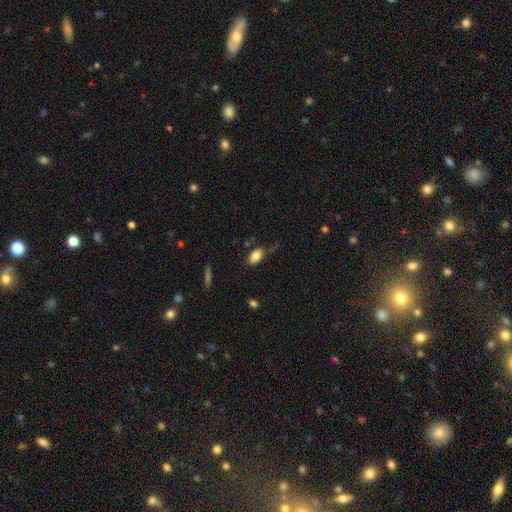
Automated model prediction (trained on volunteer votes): The model was most divided on "merging": none: 63%, minor disturbance: 23%, major disturbance: 10%, merger: 4%. More confident: how rounded — in between (92%); smooth or featured — smooth (82%).